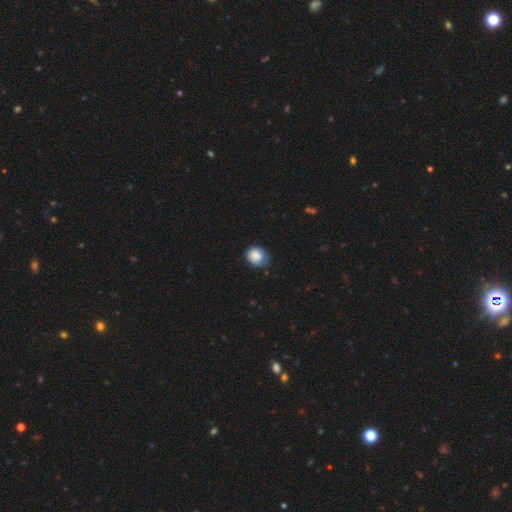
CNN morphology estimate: smooth_or_featured: smooth (p=0.84) [alt: featured or disk p=0.09]
how_rounded: round (p=0.68) [alt: in between p=0.31]
merging: none (p=0.57) [alt: minor disturbance p=0.33]